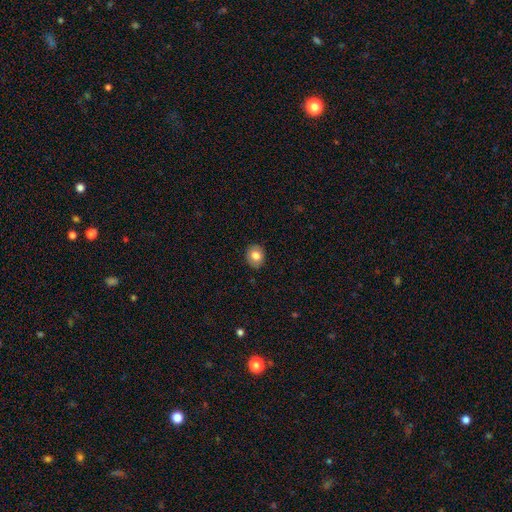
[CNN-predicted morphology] smooth_or_featured: smooth (p=0.80) [alt: featured or disk p=0.11]
how_rounded: round (p=0.61) [alt: in between p=0.38]
merging: none (p=0.87) [alt: minor disturbance p=0.10]